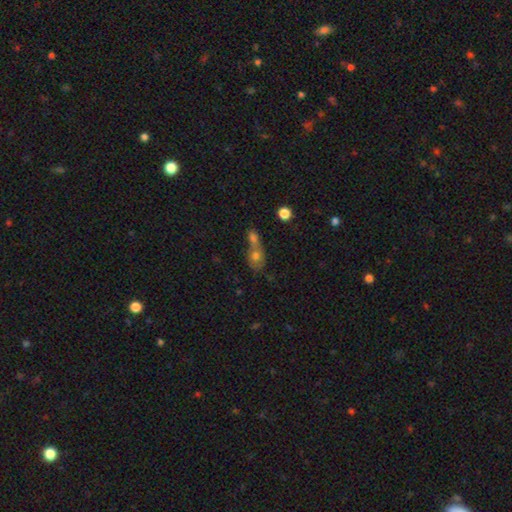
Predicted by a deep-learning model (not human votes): Morphology: type=smooth (66%); roundness=in between (57%); merging=merger (65%).